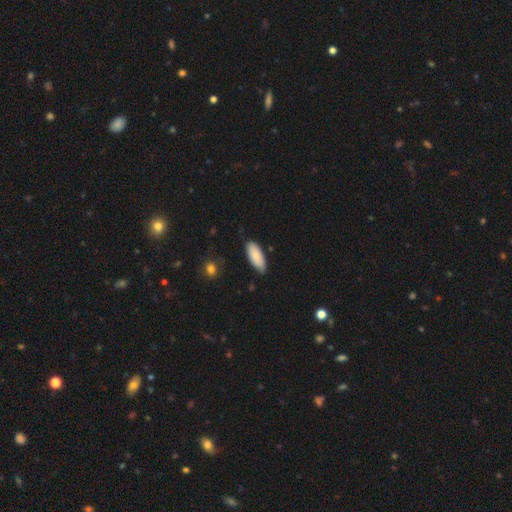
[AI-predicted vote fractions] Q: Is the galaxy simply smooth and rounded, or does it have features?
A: smooth — 86%.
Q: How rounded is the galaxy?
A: in between — 82%.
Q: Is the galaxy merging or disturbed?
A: none — 77%.